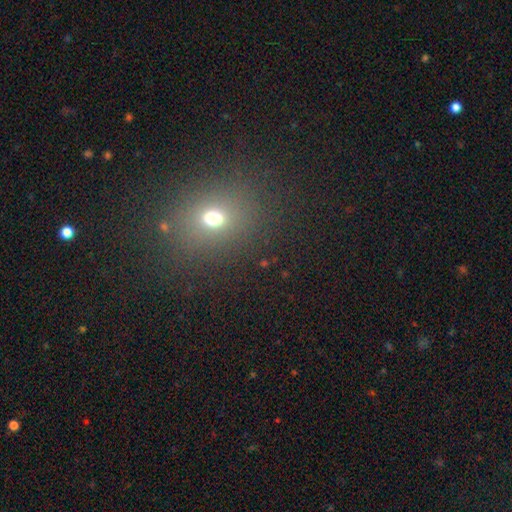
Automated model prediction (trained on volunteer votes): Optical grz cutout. It shows a smooth galaxy with no disk features (59%) that is round (60%). Merging: none (88%).